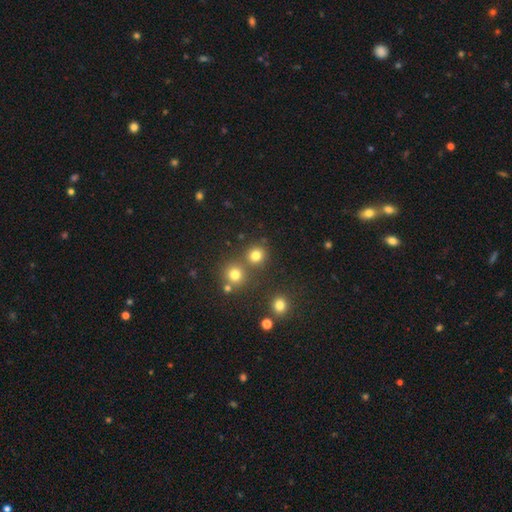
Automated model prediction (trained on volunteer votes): smooth-or-featured: smooth: 78% | star or artifact: 16% | featured or disk: 6%
  how-rounded: round: 89% | in between: 10% | cigar-shaped: 1%
  merging: none: 75% | merger: 16% | minor disturbance: 7% | major disturbance: 3%